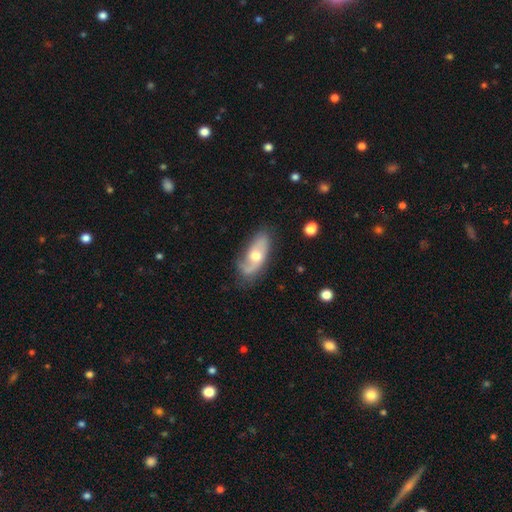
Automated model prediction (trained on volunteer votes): Smooth or featured? featured or disk (62%)
Edge-on disk? no (86%)
Bar? no (72%)
Spiral arms? yes (80%)
Bulge size? moderate (72%)
Merging? none (61%)